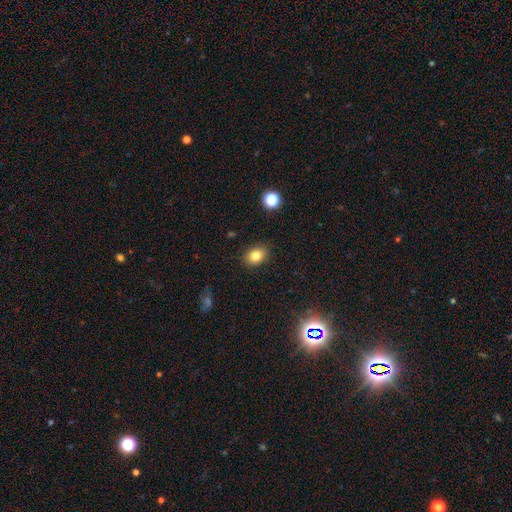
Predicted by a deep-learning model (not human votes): Overall: smooth (83%). How rounded: in between (68%; round 31%). Merging: none (87%).